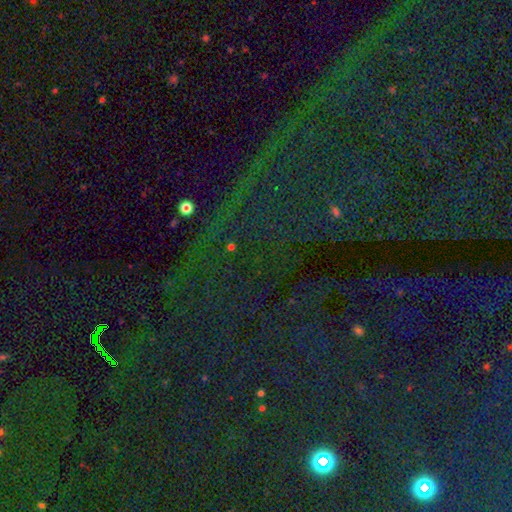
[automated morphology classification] type=star or artifact (84%).